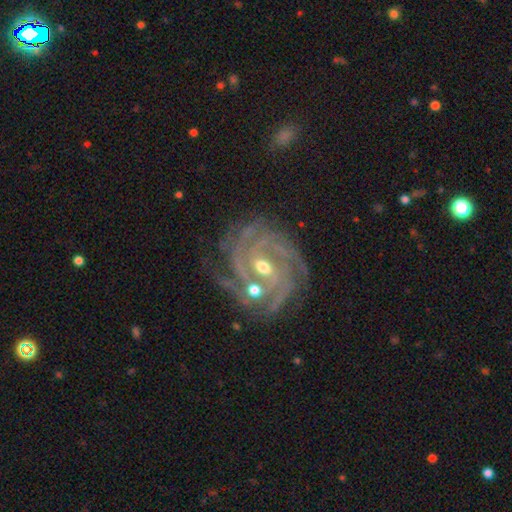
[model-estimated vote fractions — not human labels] Overall: featured or disk (88%). Edge-on disk: no (97%). Bar: weak (41%; no 35%). Spiral arms: yes (98%). Spiral arm count: 4 (32%; 3 24%). Spiral winding: tight (76%). Bulge size: moderate (52%; small 44%). Merging: none (74%).